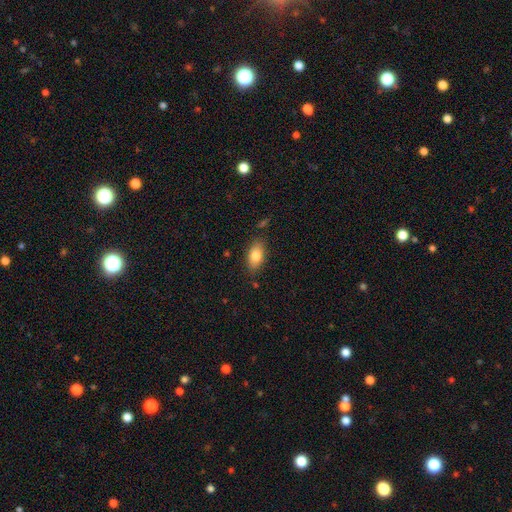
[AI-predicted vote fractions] Overall: smooth (82%). How rounded: in between (90%). Merging: none (81%).